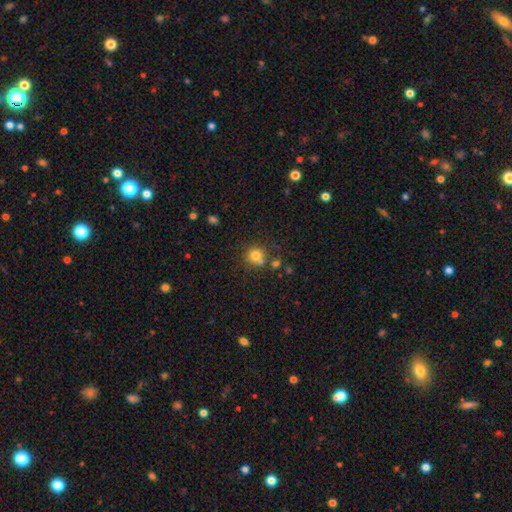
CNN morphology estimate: type=smooth (76%); roundness=round (88%); merging=none (61%).